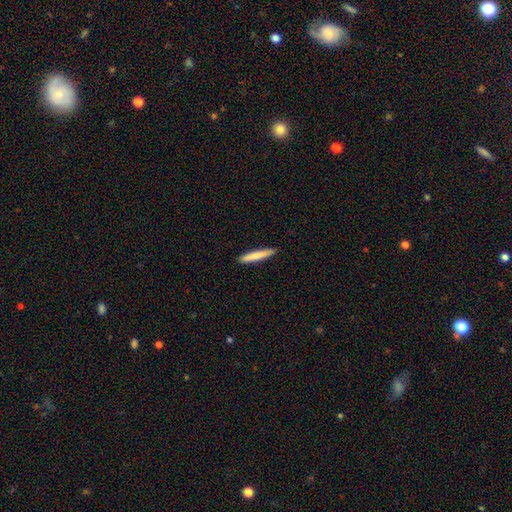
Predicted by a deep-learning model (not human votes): Smooth or featured?
  - smooth: 78% *
  - featured or disk: 16%
  - star or artifact: 6%
How rounded?
  - cigar-shaped: 94% *
  - in between: 5%
  - round: 1%
Merging?
  - none: 90% *
  - minor disturbance: 7%
  - major disturbance: 1%
  - merger: 1%